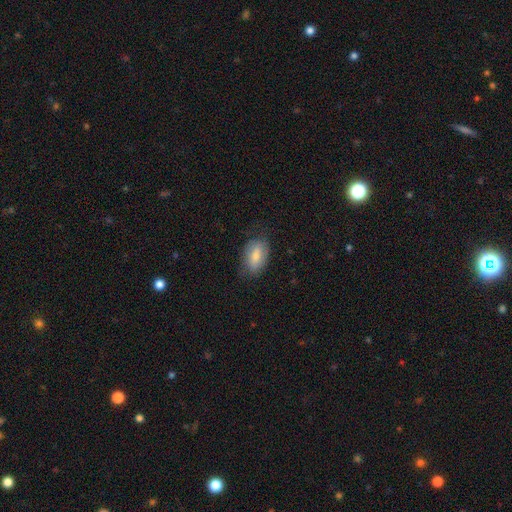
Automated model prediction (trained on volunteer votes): Smooth or featured: smooth — 73% (featured or disk — 20%)
How rounded: in between — 90% (round — 7%)
Merging: none — 68% (minor disturbance — 24%)